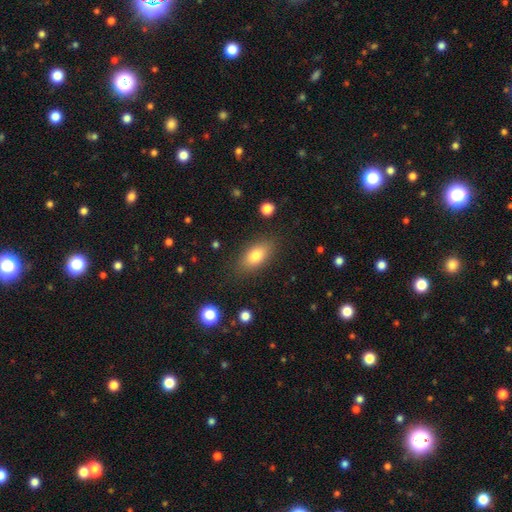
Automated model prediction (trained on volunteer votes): This appears to be a smooth galaxy with no disk features (78%) that is in between round and cigar-shaped (86%). Merging: none (83%).